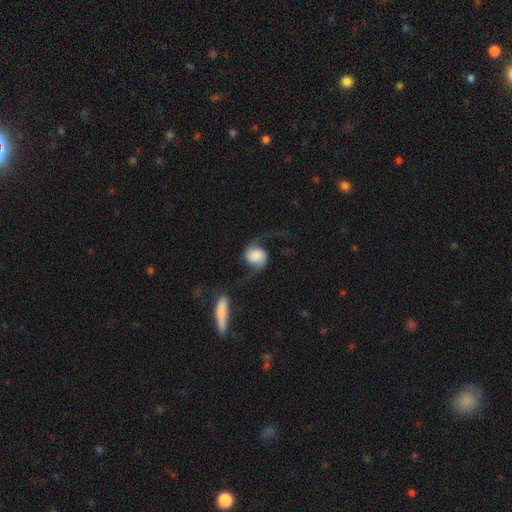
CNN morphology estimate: featured or disk 72%, smooth 21%, star or artifact 7%. Down the decision tree: edge-on disk — no (97%); bar — no (65%); spiral arms — yes (95%); spiral arm count — 2 (90%); spiral winding — loose (77%); bulge size — large (31%); merging — none (56%).